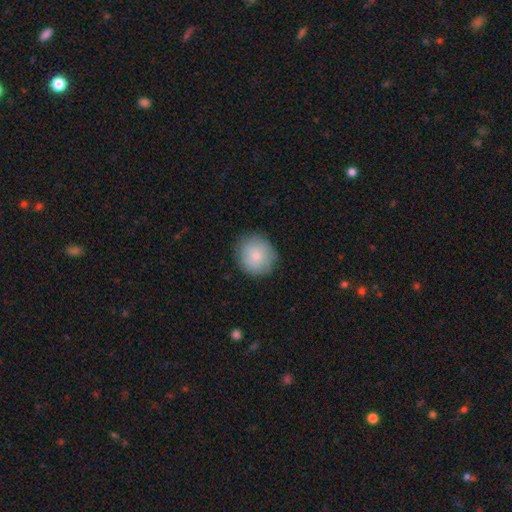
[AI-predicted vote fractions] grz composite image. It shows a smooth galaxy with no disk features (80%) that is round (87%). Merging: none (83%).